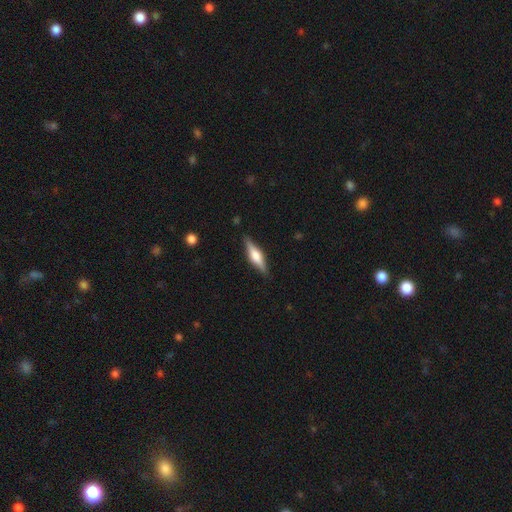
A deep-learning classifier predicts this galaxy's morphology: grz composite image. It shows a featured or disk galaxy (65%) viewed edge-on (97%) with a rounded central bulge (81%). Merging: none (88%).